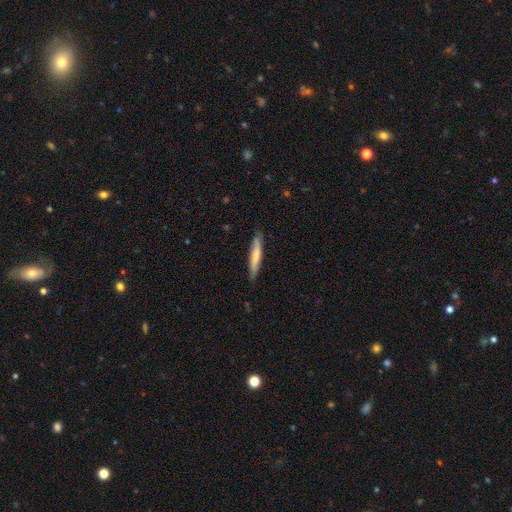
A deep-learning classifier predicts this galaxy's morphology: smooth 67%, featured or disk 28%, star or artifact 5%. Down the decision tree: how rounded — cigar-shaped (91%); merging — none (84%).